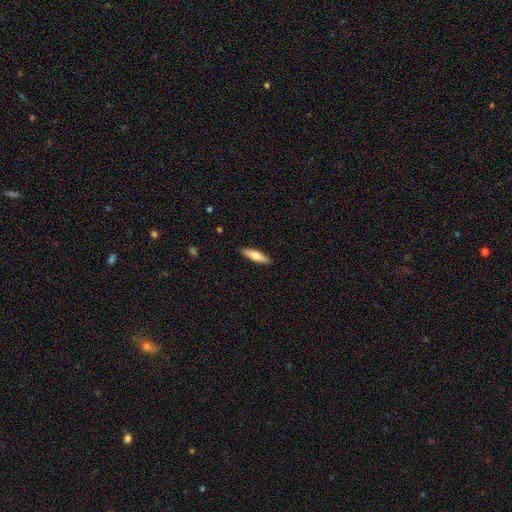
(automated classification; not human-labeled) A smooth galaxy with no disk features (71%) that is cigar-shaped (67%). Merging: none (90%).